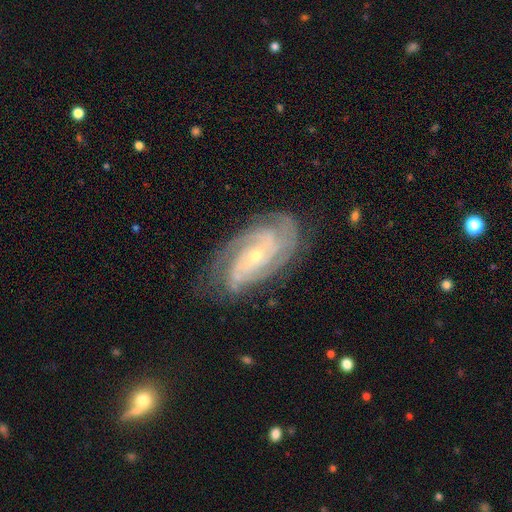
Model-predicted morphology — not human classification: featured or disk 90%, star or artifact 5%, smooth 5%. Down the decision tree: edge-on disk — no (96%); bar — no (55%); spiral arms — yes (98%); spiral arm count — 3 (30%); spiral winding — tight (68%); bulge size — small (69%); merging — none (74%).